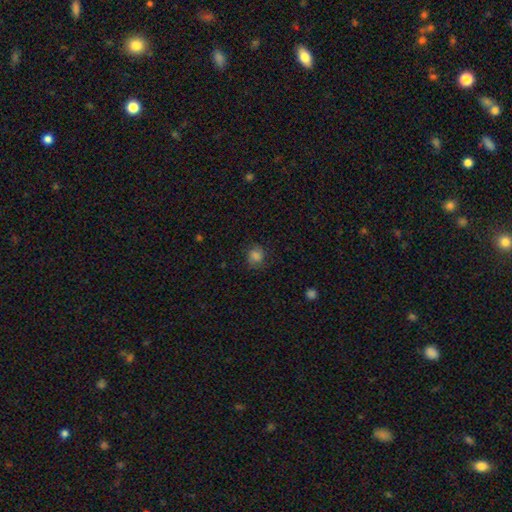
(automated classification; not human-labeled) This appears to be a smooth galaxy with no disk features (76%) that is round (74%). Merging: none (76%).